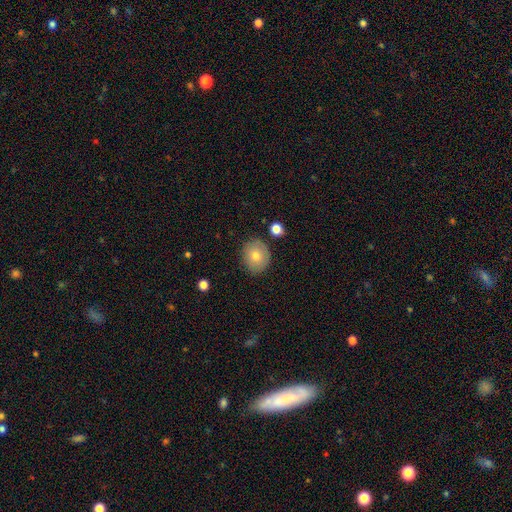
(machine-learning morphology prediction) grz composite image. It shows a smooth galaxy with no disk features (75%) that is round (73%). Merging: none (85%).